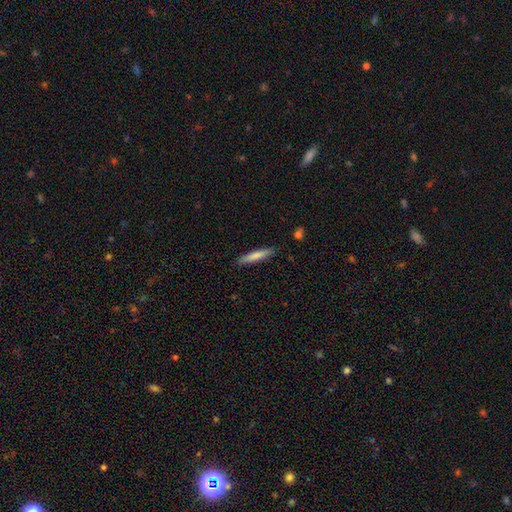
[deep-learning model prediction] This appears to be a smooth galaxy with no disk features (76%) that is cigar-shaped (91%). Merging: none (89%).